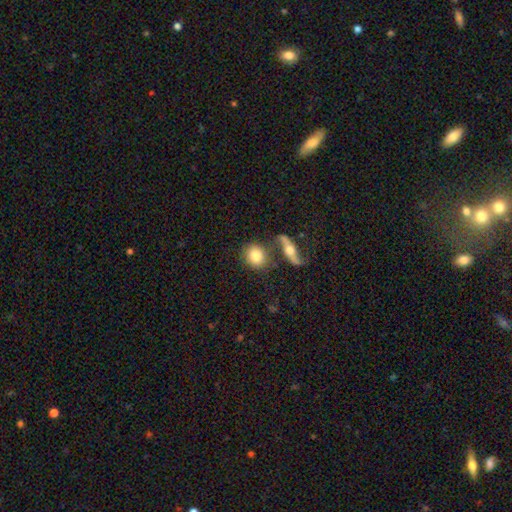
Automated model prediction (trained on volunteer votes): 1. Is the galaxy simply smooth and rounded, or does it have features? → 78% smooth, 15% featured or disk, 7% star or artifact.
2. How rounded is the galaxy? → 70% round, 27% in between, 3% cigar-shaped.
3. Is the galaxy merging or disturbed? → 63% none, 21% merger, 12% minor disturbance, 5% major disturbance.